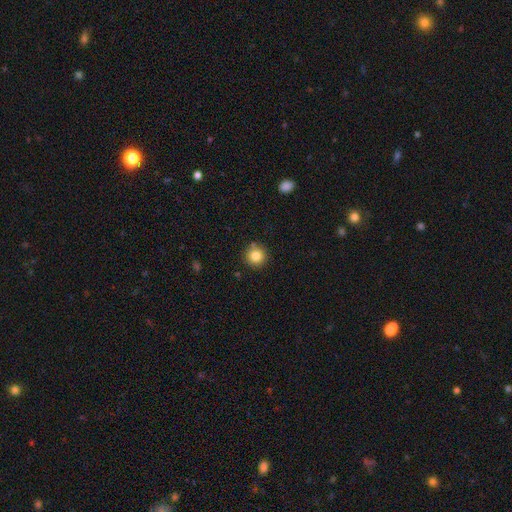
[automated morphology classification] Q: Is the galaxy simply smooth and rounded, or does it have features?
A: smooth — 83%.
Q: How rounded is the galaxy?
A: round — 94%.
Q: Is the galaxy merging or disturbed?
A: none — 84%.